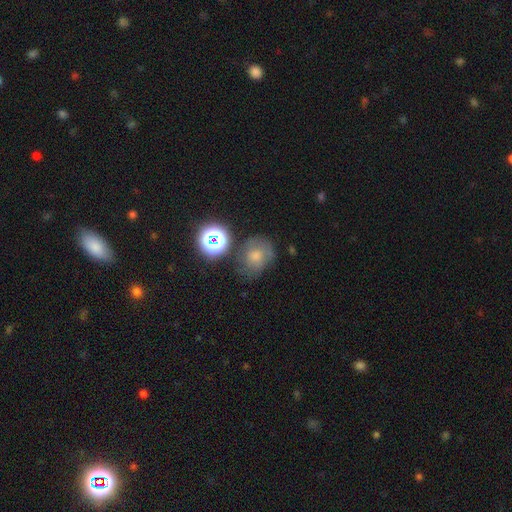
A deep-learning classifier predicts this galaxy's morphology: smooth-or-featured: smooth: 56% | featured or disk: 28% | star or artifact: 17%
  how-rounded: round: 58% | in between: 41% | cigar-shaped: 1%
  merging: none: 54% | minor disturbance: 26% | major disturbance: 14% | merger: 7%